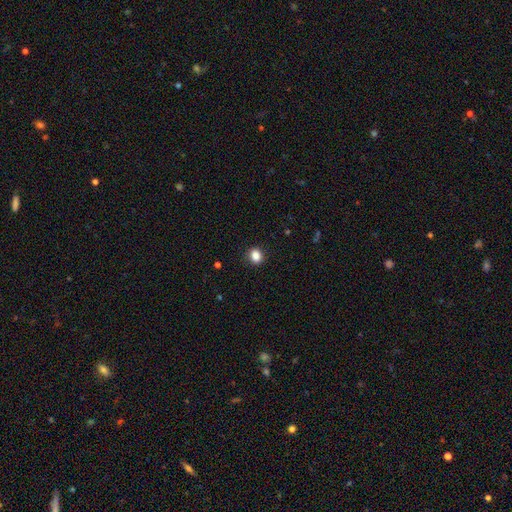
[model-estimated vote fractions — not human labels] Smooth or featured? smooth (86%)
How rounded? round (60%)
Merging? none (87%)